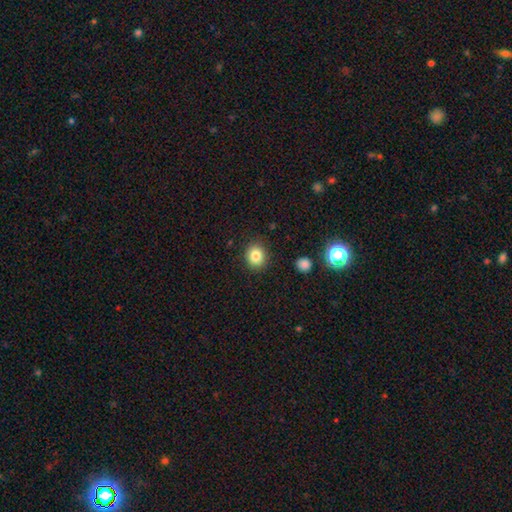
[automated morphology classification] Smooth or featured: smooth — 84% (star or artifact — 10%)
How rounded: round — 76% (in between — 23%)
Merging: none — 88% (minor disturbance — 8%)